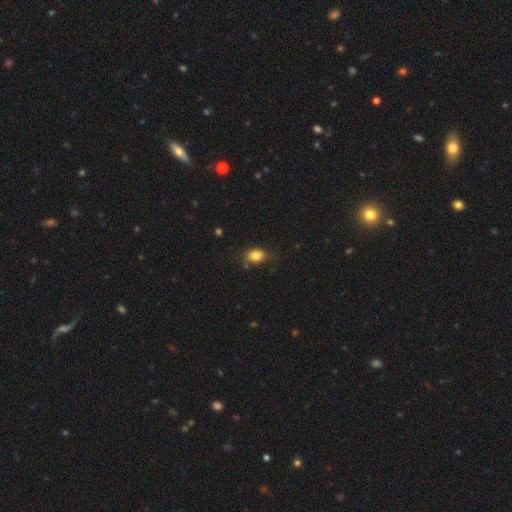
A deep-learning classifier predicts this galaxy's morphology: smooth-or-featured: smooth: 84% | star or artifact: 10% | featured or disk: 6%
  how-rounded: in between: 72% | round: 26% | cigar-shaped: 1%
  merging: none: 74% | minor disturbance: 19% | major disturbance: 4% | merger: 3%